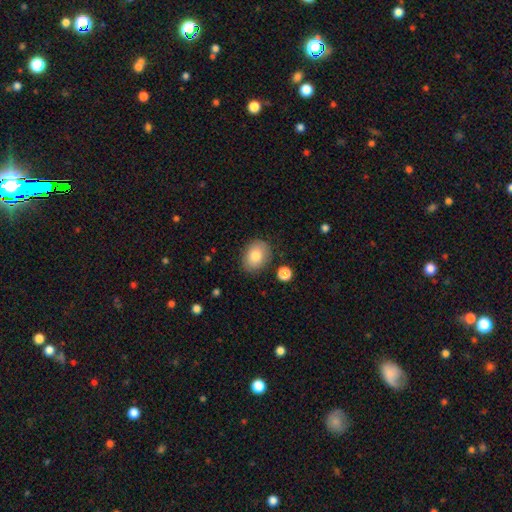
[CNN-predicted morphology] smooth_or_featured: smooth (p=0.80) [alt: featured or disk p=0.12]
how_rounded: in between (p=0.64) [alt: round p=0.35]
merging: none (p=0.83) [alt: minor disturbance p=0.11]